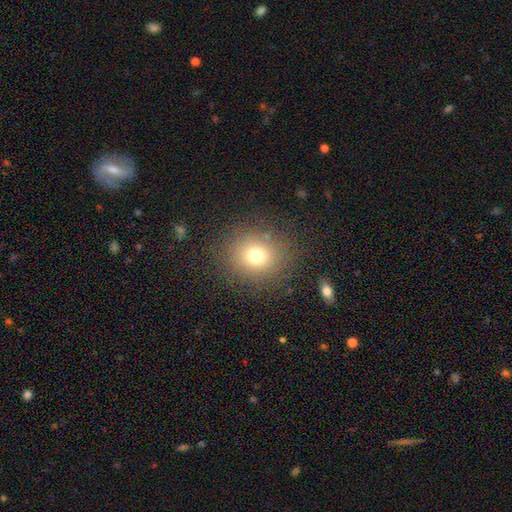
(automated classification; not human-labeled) Smooth or featured: smooth — 73% (star or artifact — 16%)
How rounded: round — 82% (in between — 17%)
Merging: none — 85% (minor disturbance — 9%)